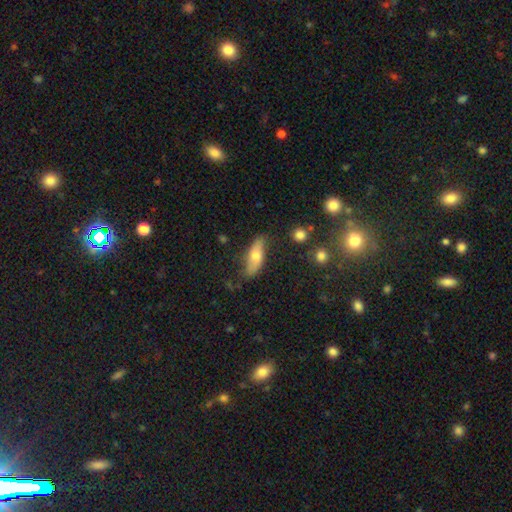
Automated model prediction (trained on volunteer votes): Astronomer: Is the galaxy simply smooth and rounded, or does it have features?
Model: smooth — 60%.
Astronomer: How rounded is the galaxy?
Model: in between — 62%.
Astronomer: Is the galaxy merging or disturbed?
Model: none — 68%.